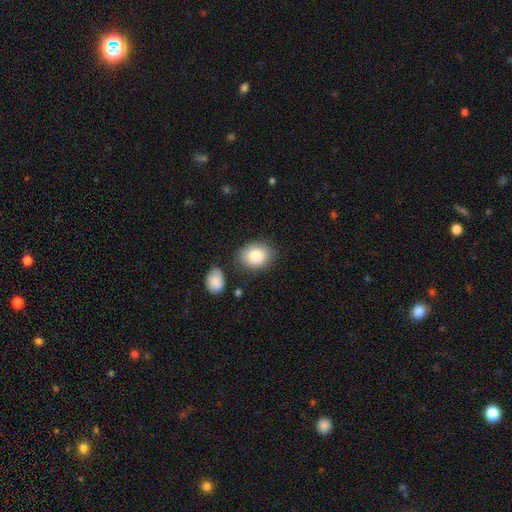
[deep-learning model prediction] Overall: smooth (84%). How rounded: in between (56%; round 43%). Merging: none (76%).